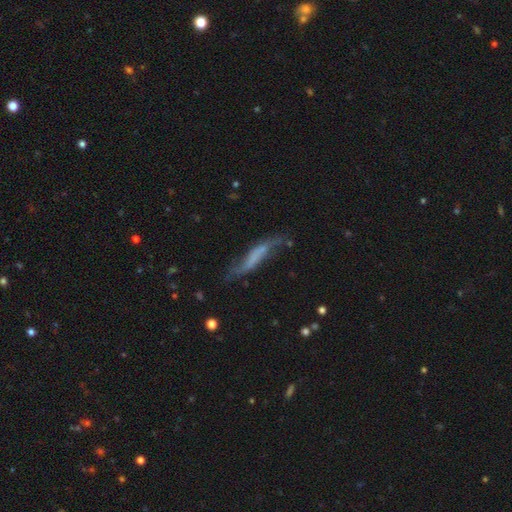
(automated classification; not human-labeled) This appears to be a featured or disk galaxy (54%). Merging: none (52%).